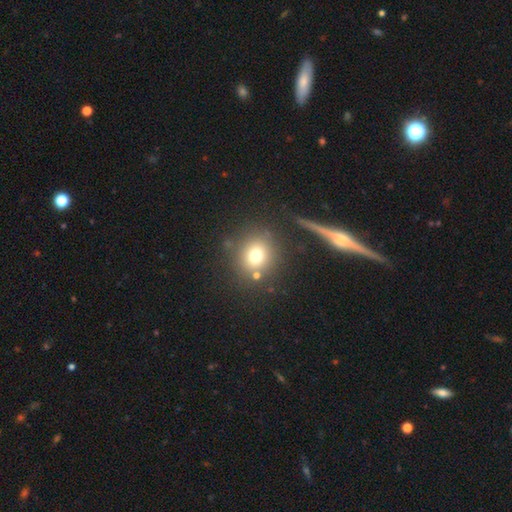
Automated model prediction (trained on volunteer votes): Overall: smooth (72%). How rounded: round (83%). Merging: none (77%).